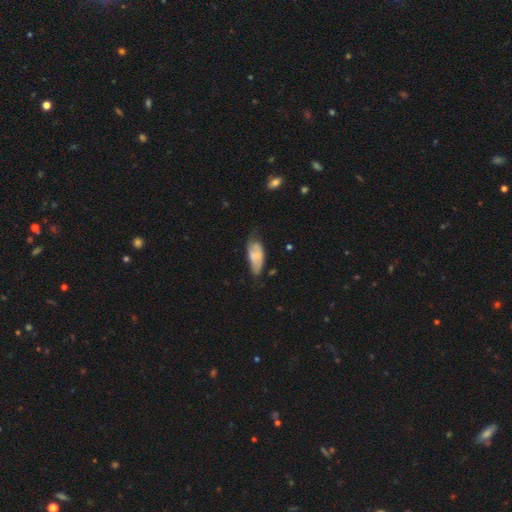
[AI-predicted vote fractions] This is possibly a smooth galaxy (57%). How rounded: clearly in between (86%). Merging: possibly none (46%).